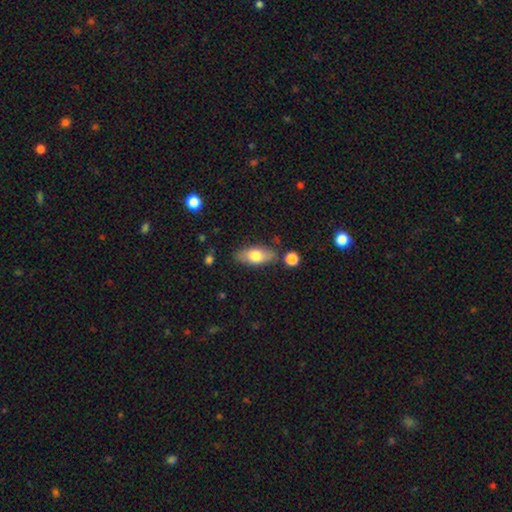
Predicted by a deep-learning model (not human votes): Q: Smooth or featured?
A: smooth (70%); runner-up: featured or disk (24%)
Q: How rounded?
A: in between (82%); runner-up: cigar-shaped (15%)
Q: Merging?
A: none (79%); runner-up: minor disturbance (13%)